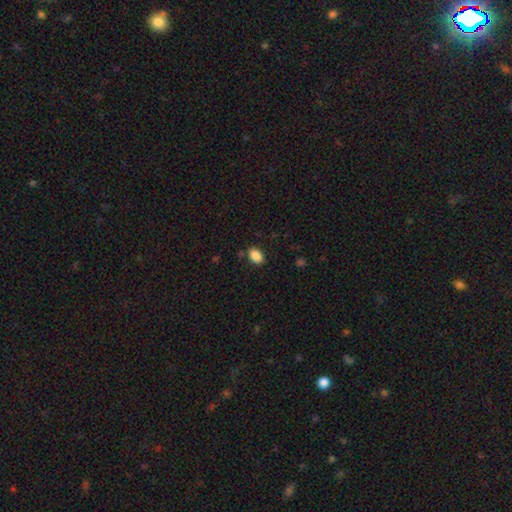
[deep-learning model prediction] Morphology: type=smooth (88%); roundness=in between (88%); merging=none (84%).